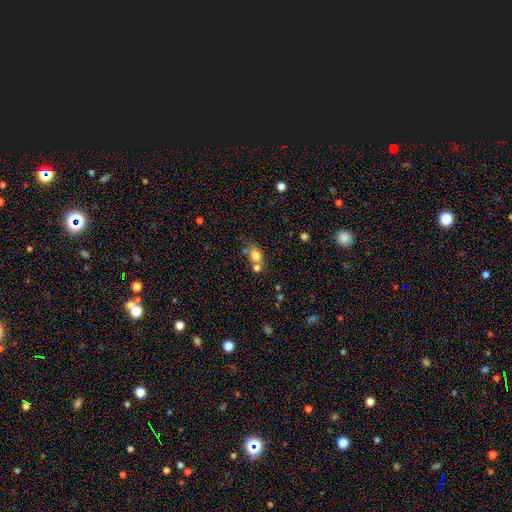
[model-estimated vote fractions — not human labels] Q: Smooth or featured?
A: smooth (77%); runner-up: featured or disk (12%)
Q: How rounded?
A: in between (64%); runner-up: round (33%)
Q: Merging?
A: none (43%); runner-up: merger (39%)